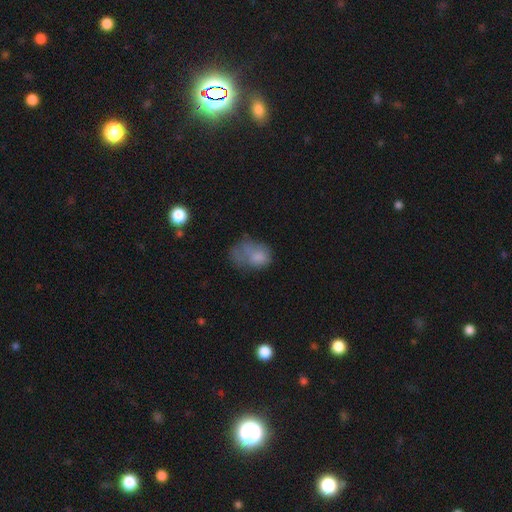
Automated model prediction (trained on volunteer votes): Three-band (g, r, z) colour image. It shows a smooth galaxy with no disk features (68%) that is in between round and cigar-shaped (70%). Merging: major disturbance (41%).